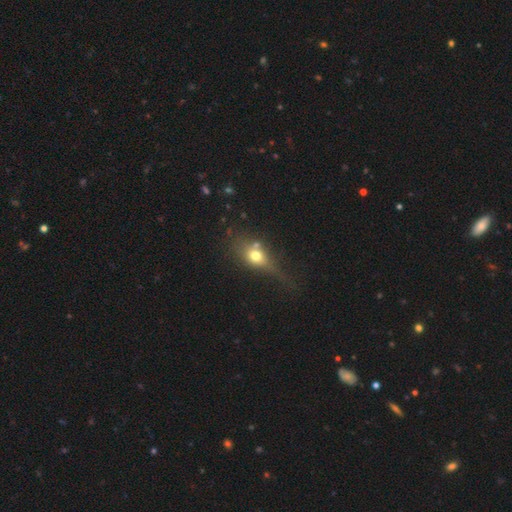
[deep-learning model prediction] The model was most divided on "how rounded": in between: 53%, round: 40%, cigar-shaped: 7%. Remaining: smooth or featured — smooth (64%); merging — none (43%).